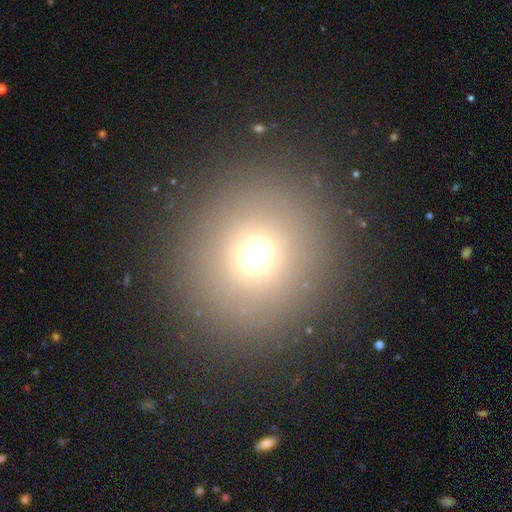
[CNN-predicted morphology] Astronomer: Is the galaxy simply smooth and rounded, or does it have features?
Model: smooth — 66%.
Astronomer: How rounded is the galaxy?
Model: round — 85%.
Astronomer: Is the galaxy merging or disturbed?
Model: none — 87%.